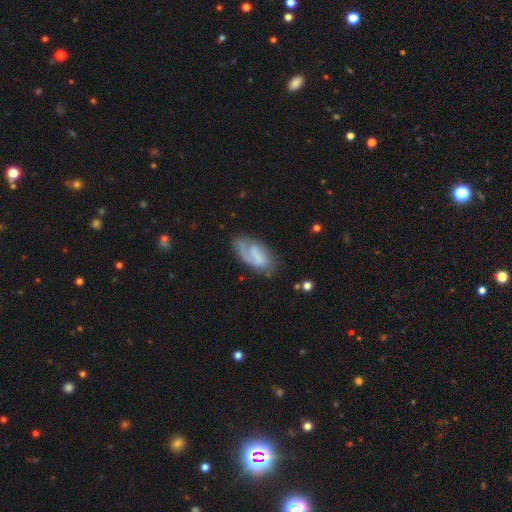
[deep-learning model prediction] This appears to be a featured or disk galaxy (51%). Merging: none (55%).